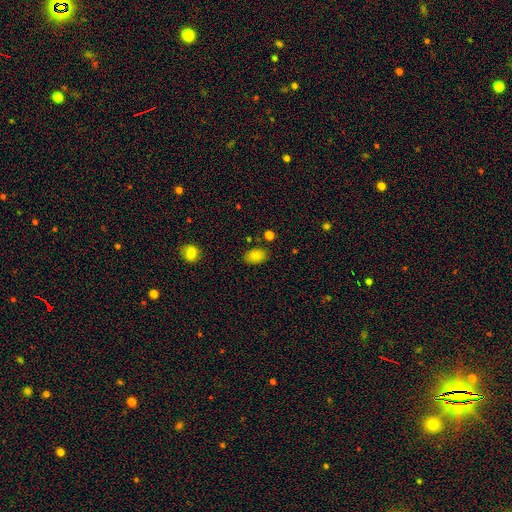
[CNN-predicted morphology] smooth 84%, star or artifact 9%, featured or disk 6%. Down the decision tree: how rounded — in between (87%); merging — none (82%).